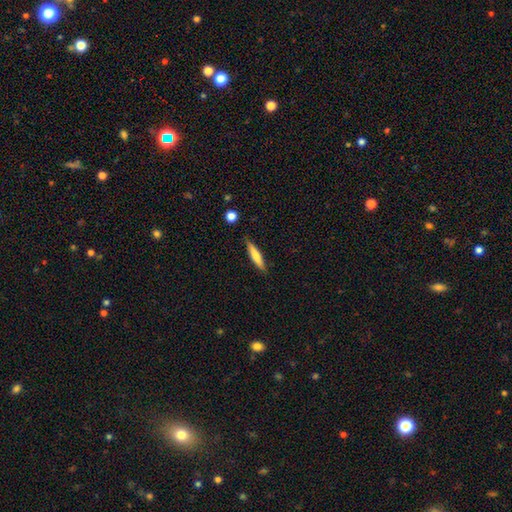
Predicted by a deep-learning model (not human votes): Smooth or featured? smooth (69%)
How rounded? cigar-shaped (87%)
Merging? none (86%)